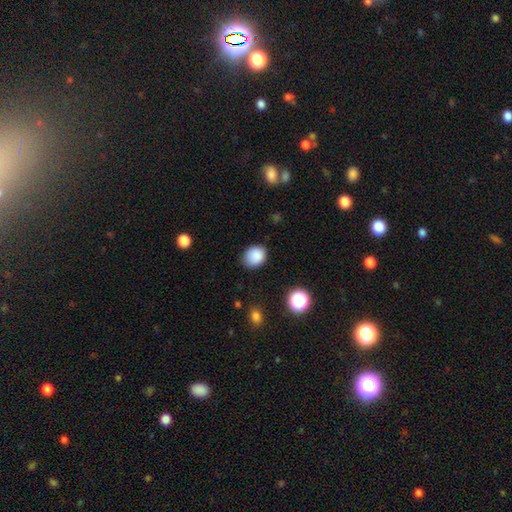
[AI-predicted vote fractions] This is clearly a smooth galaxy (86%). How rounded: likely round (62%). Merging: likely none (80%).